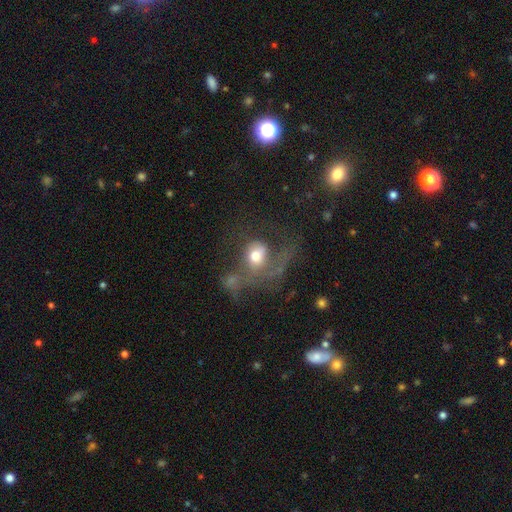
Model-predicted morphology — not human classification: Smooth or featured?
  - featured or disk: 45% *
  - smooth: 44%
  - star or artifact: 11%
Merging?
  - major disturbance: 53% *
  - none: 20%
  - merger: 14%
  - minor disturbance: 14%